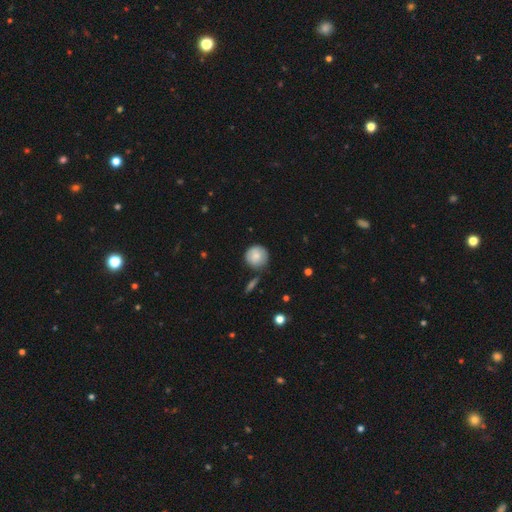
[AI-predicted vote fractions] smooth_or_featured: smooth (p=0.82) [alt: featured or disk p=0.11]
how_rounded: round (p=0.94) [alt: in between p=0.05]
merging: none (p=0.74) [alt: minor disturbance p=0.18]